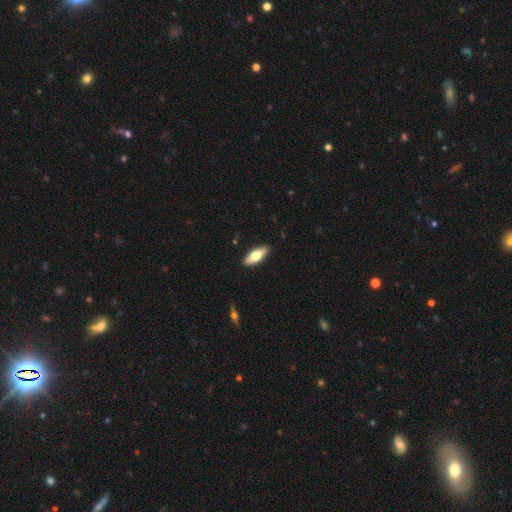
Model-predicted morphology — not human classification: Smooth or featured: smooth — 65% (featured or disk — 30%)
How rounded: in between — 66% (cigar-shaped — 32%)
Merging: none — 90% (minor disturbance — 8%)